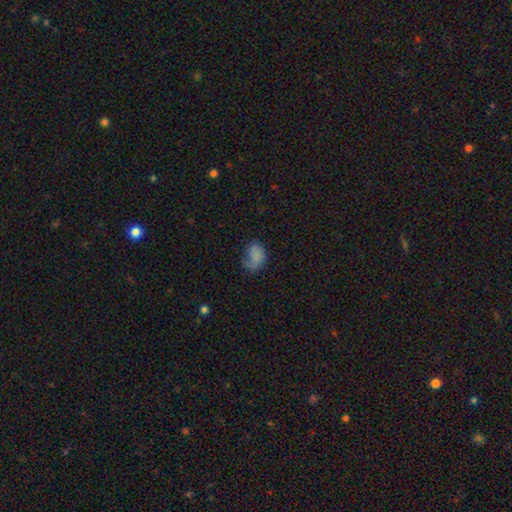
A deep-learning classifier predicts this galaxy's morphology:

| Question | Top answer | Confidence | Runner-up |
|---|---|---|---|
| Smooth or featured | smooth | 67% | featured or disk (22%) |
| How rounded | in between | 77% | round (22%) |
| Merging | none | 36% | major disturbance (32%) |